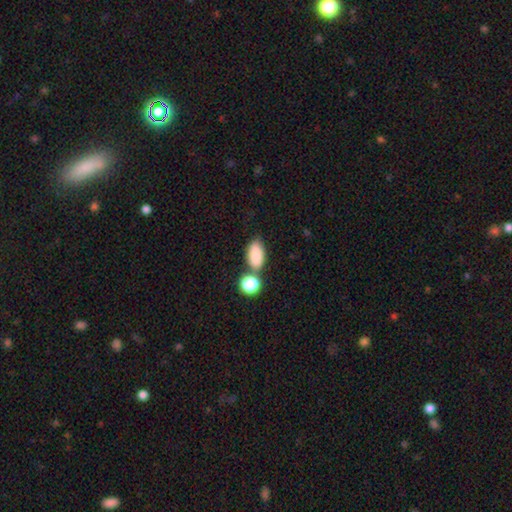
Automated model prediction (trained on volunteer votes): Smooth or featured? Predicted: smooth (p=0.86). How rounded? Predicted: in between (p=0.90). Merging? Predicted: none (p=0.56).